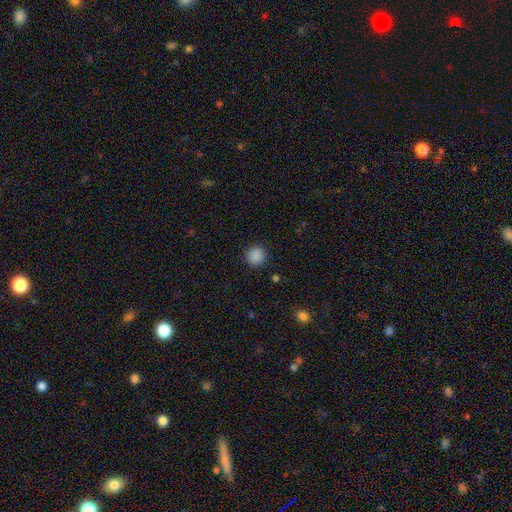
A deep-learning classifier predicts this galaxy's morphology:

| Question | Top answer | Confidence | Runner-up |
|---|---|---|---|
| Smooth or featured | smooth | 88% | star or artifact (10%) |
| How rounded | round | 93% | in between (6%) |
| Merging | none | 91% | minor disturbance (6%) |